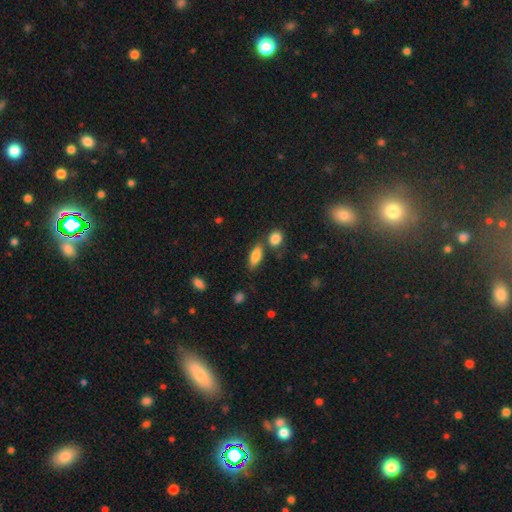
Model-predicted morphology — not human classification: This is likely a smooth galaxy (77%). How rounded: likely in between (70%). Merging: likely none (70%).